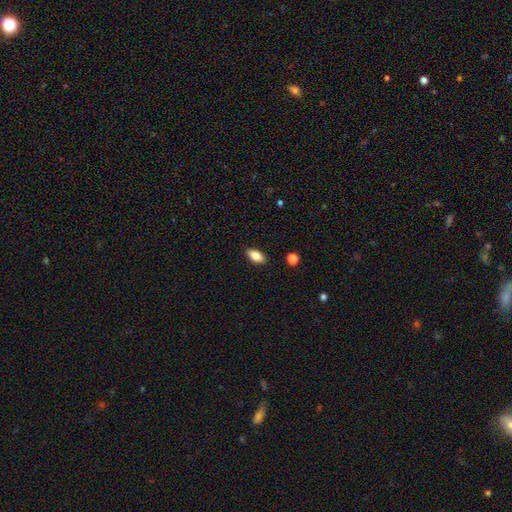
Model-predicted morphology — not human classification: smooth-or-featured: smooth: 83% | featured or disk: 9% | star or artifact: 8%
  how-rounded: in between: 89% | cigar-shaped: 8% | round: 3%
  merging: none: 88% | minor disturbance: 8% | major disturbance: 2% | merger: 1%